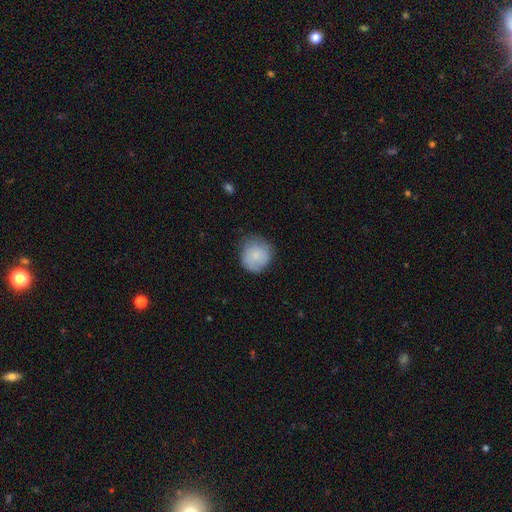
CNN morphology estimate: Smooth or featured?
  - smooth: 76% *
  - featured or disk: 17%
  - star or artifact: 7%
How rounded?
  - round: 89% *
  - in between: 10%
  - cigar-shaped: 1%
Merging?
  - none: 71% *
  - minor disturbance: 22%
  - major disturbance: 6%
  - merger: 1%